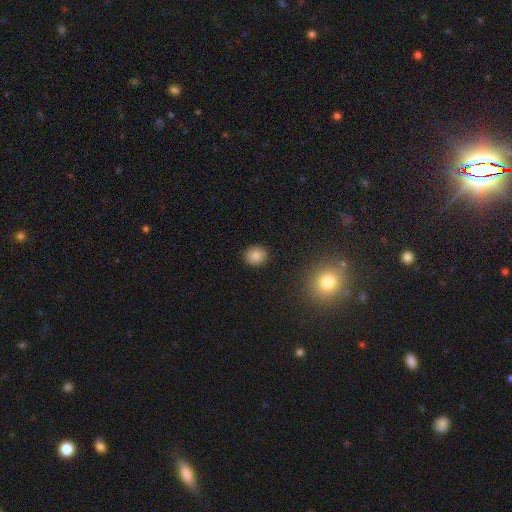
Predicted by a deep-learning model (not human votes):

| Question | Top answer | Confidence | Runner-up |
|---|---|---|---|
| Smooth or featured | smooth | 84% | star or artifact (11%) |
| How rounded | round | 79% | in between (20%) |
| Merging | none | 89% | minor disturbance (7%) |